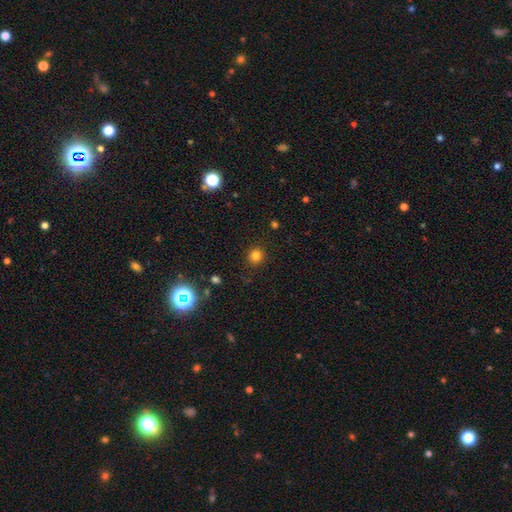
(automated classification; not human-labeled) Smooth or featured: smooth — 80% (star or artifact — 15%)
How rounded: round — 87% (in between — 12%)
Merging: none — 90% (minor disturbance — 6%)